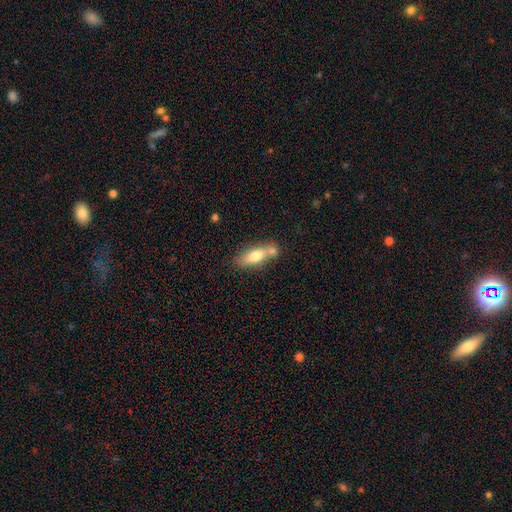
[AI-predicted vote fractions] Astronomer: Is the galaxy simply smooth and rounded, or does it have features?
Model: smooth — 70%.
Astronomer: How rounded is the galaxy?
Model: in between — 65%.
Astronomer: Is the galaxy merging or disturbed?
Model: none — 49% (runner-up: merger, 32%).